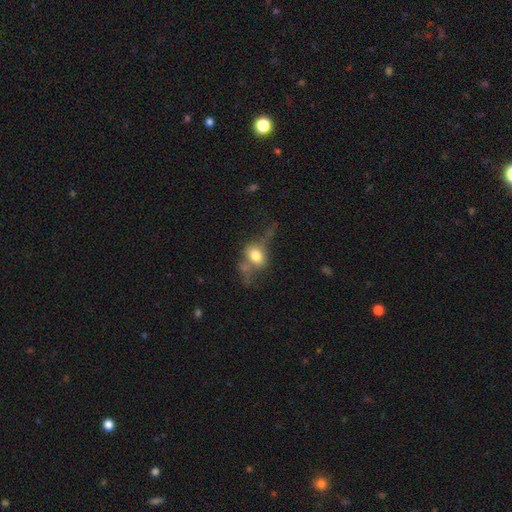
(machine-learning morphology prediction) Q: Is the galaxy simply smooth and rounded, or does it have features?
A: smooth — 57%.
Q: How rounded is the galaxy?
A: in between — 57%.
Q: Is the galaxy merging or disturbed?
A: none — 35%.